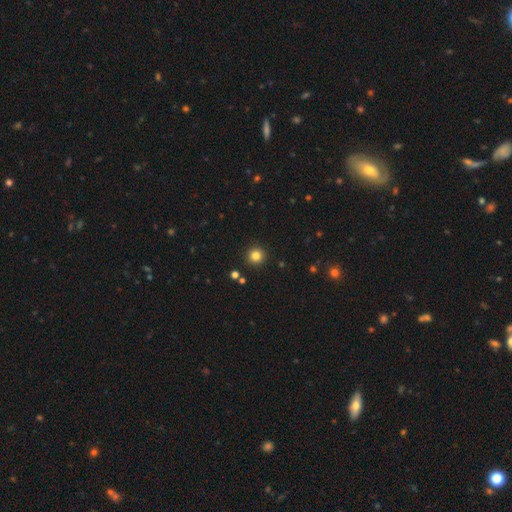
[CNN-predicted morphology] smooth_or_featured: smooth (p=0.82) [alt: star or artifact p=0.13]
how_rounded: round (p=0.95) [alt: in between p=0.04]
merging: none (p=0.92) [alt: minor disturbance p=0.05]